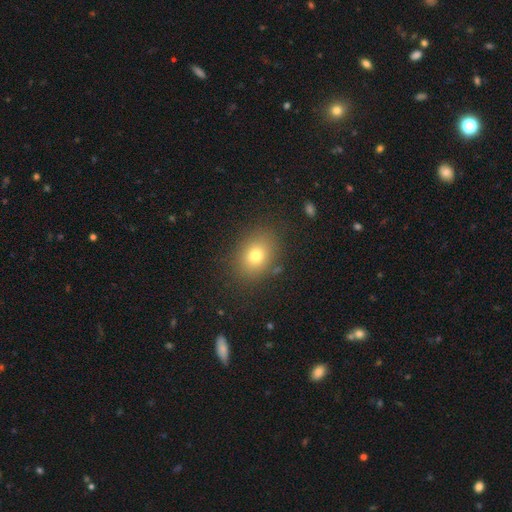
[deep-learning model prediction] Smooth or featured? Predicted: smooth (p=0.76). How rounded? Predicted: in between (p=0.60). Merging? Predicted: none (p=0.85).